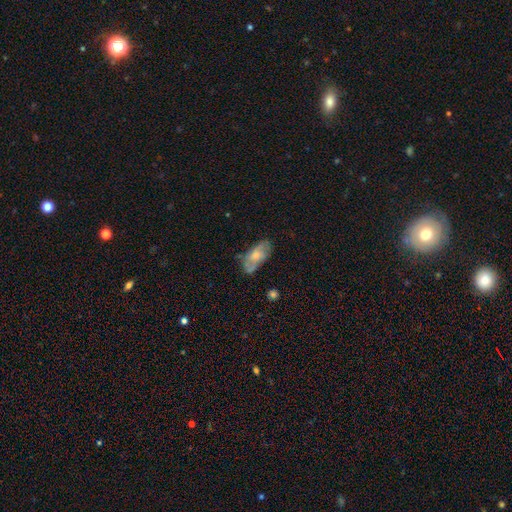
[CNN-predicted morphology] smooth_or_featured: smooth (p=0.48) [alt: featured or disk p=0.45]
merging: none (p=0.59) [alt: minor disturbance p=0.27]